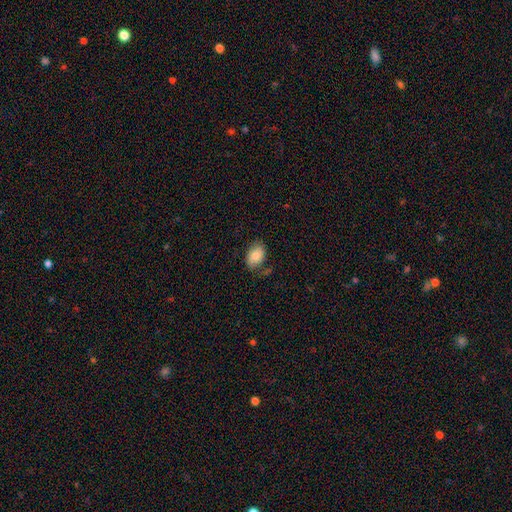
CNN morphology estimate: This is clearly a smooth galaxy (81%). How rounded: clearly in between (85%). Merging: likely none (68%).